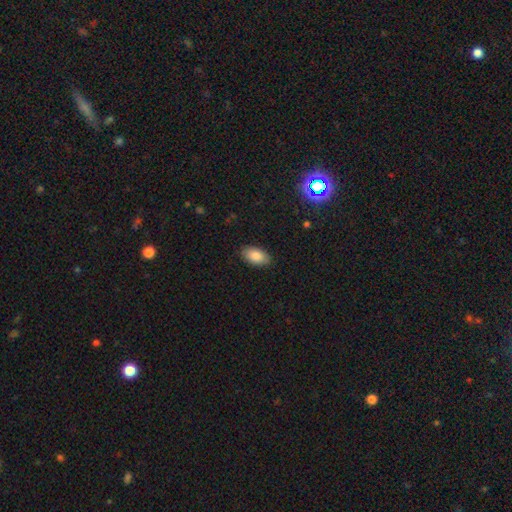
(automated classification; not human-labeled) This is clearly a smooth galaxy (87%). How rounded: clearly in between (94%). Merging: clearly none (87%).